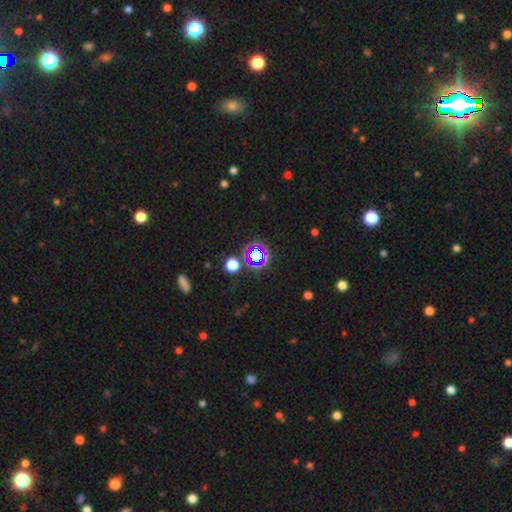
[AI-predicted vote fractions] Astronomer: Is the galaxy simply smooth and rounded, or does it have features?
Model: star or artifact — 61%.